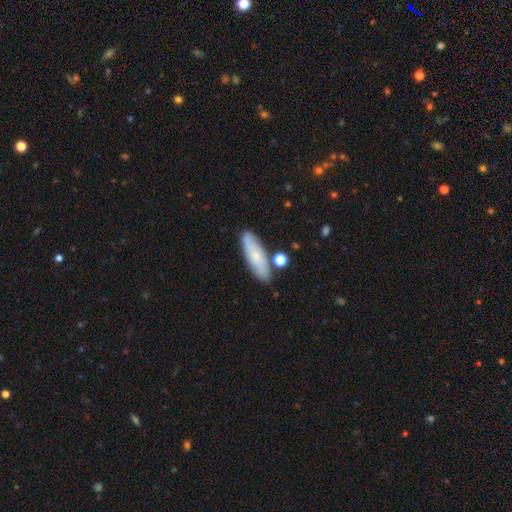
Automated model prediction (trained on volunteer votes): Smooth or featured?
  - smooth: 68% *
  - featured or disk: 25%
  - star or artifact: 7%
How rounded?
  - cigar-shaped: 56% *
  - in between: 42%
  - round: 2%
Merging?
  - none: 78% *
  - minor disturbance: 13%
  - merger: 7%
  - major disturbance: 3%